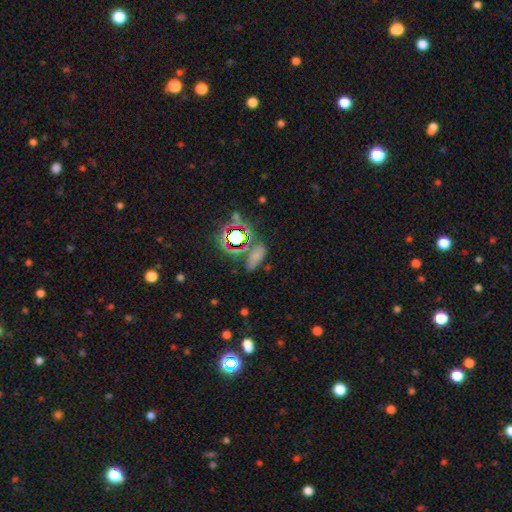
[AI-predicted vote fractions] Smooth or featured? Predicted: smooth (p=0.51). How rounded? Predicted: in between (p=0.78). Merging? Predicted: none (p=0.57).